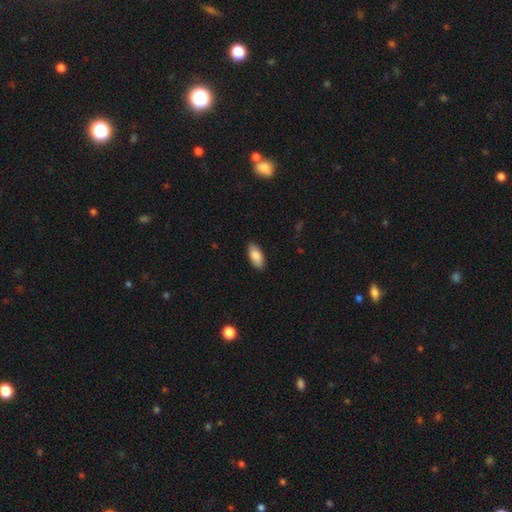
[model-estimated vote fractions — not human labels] This is clearly a smooth galaxy (86%). How rounded: clearly in between (90%). Merging: clearly none (88%).